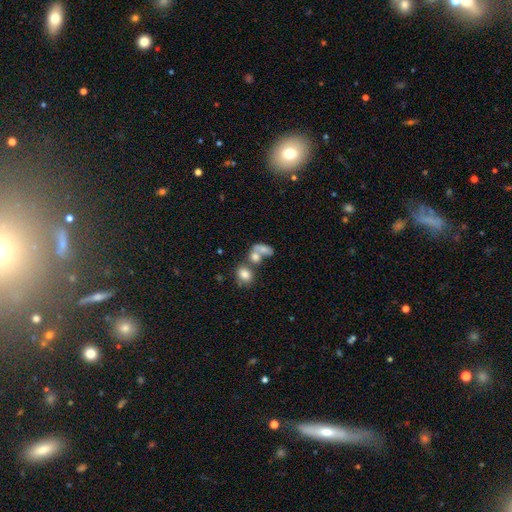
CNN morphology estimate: Smooth or featured? Predicted: smooth (p=0.73). How rounded? Predicted: in between (p=0.67). Merging? Predicted: merger (p=0.52).